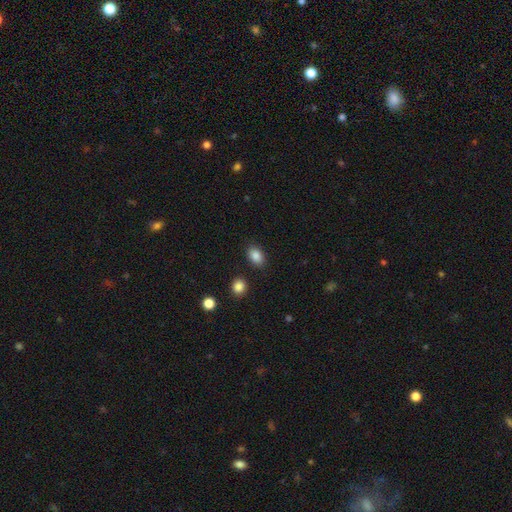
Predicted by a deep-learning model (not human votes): Smooth or featured: smooth — 86% (star or artifact — 9%)
How rounded: in between — 79% (round — 20%)
Merging: none — 86% (minor disturbance — 9%)